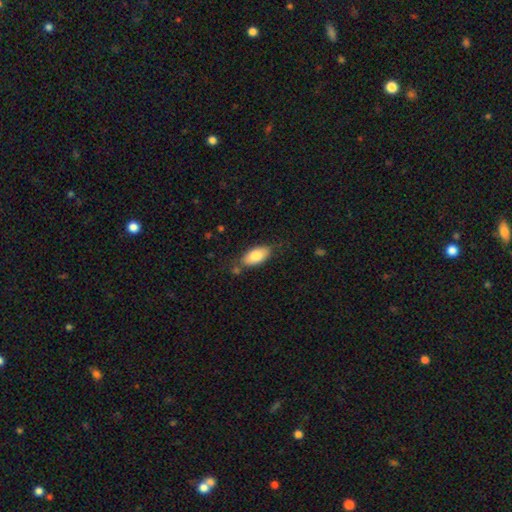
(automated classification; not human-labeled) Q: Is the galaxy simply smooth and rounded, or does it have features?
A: smooth — 79%.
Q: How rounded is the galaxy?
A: in between — 91%.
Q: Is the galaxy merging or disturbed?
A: none — 72%.